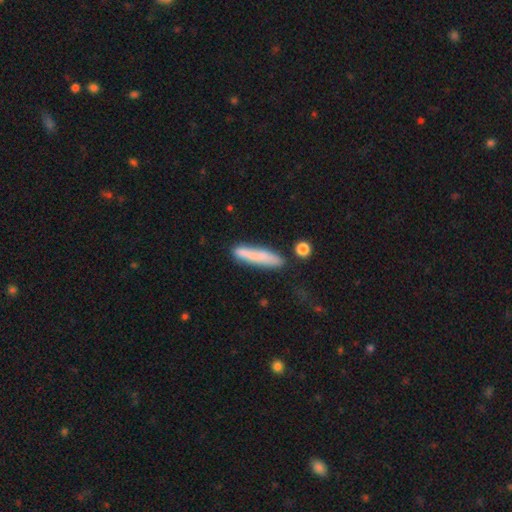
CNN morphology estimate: The model was most divided on "smooth or featured": smooth: 73%, featured or disk: 20%, star or artifact: 7%. More confident: how rounded — cigar-shaped (90%); merging — none (72%).